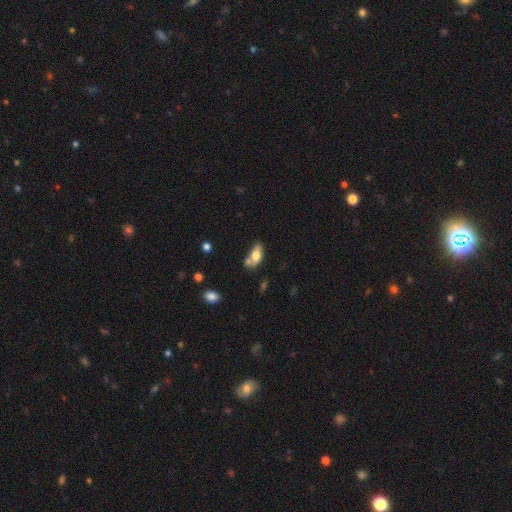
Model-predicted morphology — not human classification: Overall: smooth (72%). How rounded: in between (88%). Merging: none (41%; merger 33%).